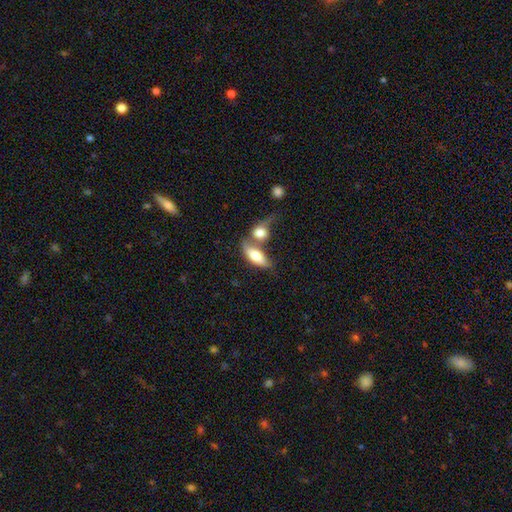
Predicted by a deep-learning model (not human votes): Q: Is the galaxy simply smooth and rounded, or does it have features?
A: smooth — 73%.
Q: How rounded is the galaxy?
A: in between — 80%.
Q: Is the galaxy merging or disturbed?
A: merger — 58%.